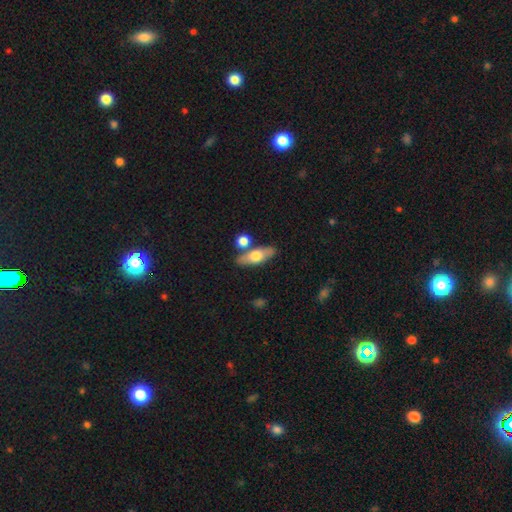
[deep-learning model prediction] A smooth galaxy with no disk features (56%) that is in between round and cigar-shaped (57%).

Vote fractions:
- Smooth or featured? smooth: 56% / featured or disk: 38% / star or artifact: 7%
- How rounded? in between: 57% / cigar-shaped: 34% / round: 9%
- Merging? none: 73% / merger: 14% / minor disturbance: 10% / major disturbance: 3%